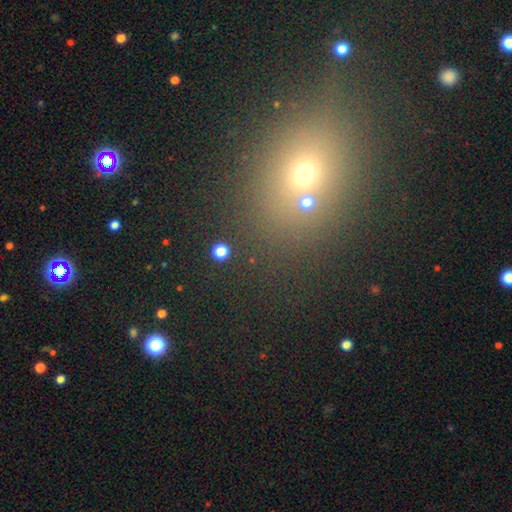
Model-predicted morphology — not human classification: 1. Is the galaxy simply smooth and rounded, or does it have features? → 46% star or artifact, 43% smooth, 12% featured or disk.